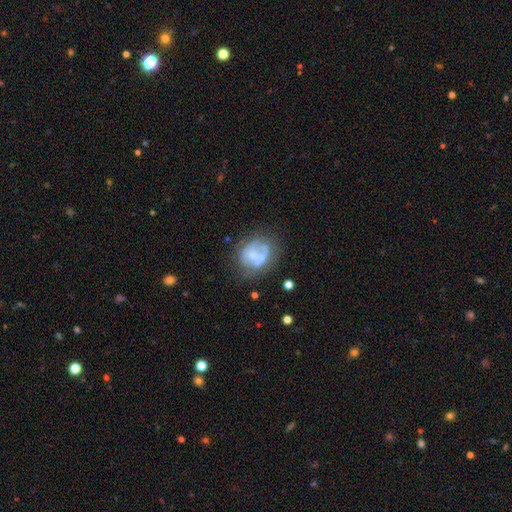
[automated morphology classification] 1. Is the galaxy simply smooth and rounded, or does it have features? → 48% featured or disk, 42% smooth, 10% star or artifact.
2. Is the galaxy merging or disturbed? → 44% none, 23% minor disturbance, 21% major disturbance, 13% merger.